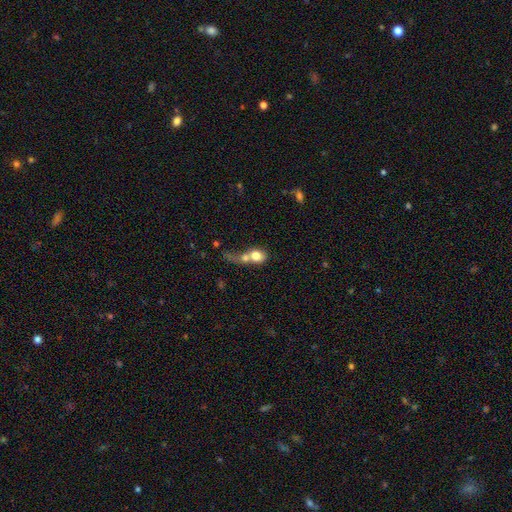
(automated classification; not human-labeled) The model was most divided on "how rounded": round: 54%, in between: 43%, cigar-shaped: 3%. More confident: smooth or featured — smooth (72%); merging — merger (65%).